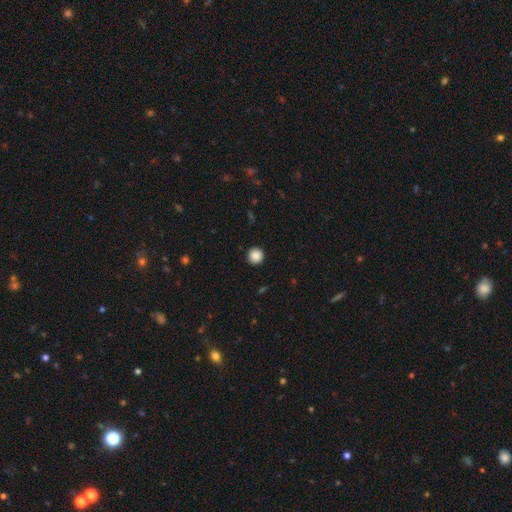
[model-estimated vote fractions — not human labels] Q: Smooth or featured?
A: smooth (88%); runner-up: star or artifact (9%)
Q: How rounded?
A: round (95%); runner-up: in between (4%)
Q: Merging?
A: none (92%); runner-up: minor disturbance (5%)